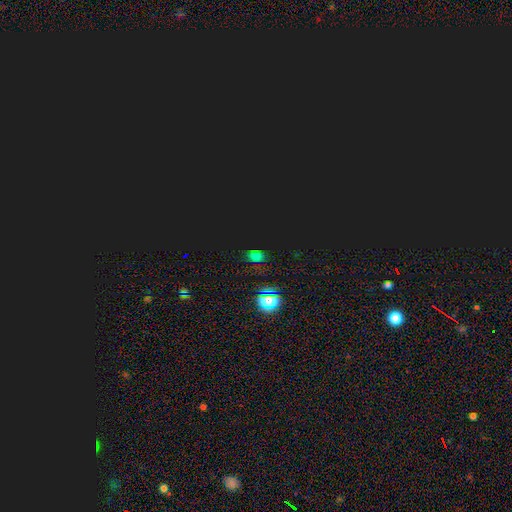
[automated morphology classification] Smooth or featured: star or artifact — 59% (smooth — 34%)